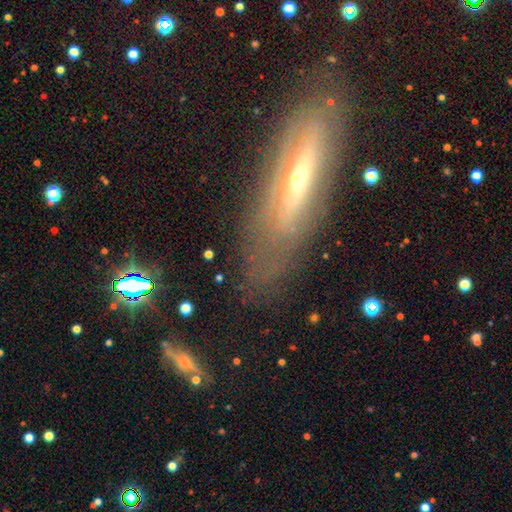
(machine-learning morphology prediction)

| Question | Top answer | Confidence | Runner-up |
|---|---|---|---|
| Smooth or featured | featured or disk | 69% | smooth (21%) |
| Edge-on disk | yes | 54% | no (46%) |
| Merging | none | 79% | minor disturbance (13%) |